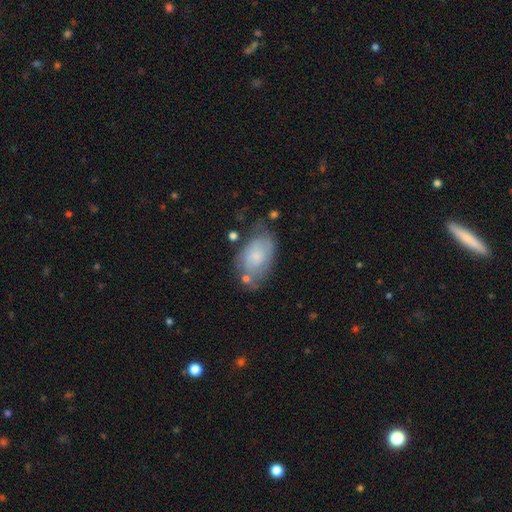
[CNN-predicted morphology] Smooth or featured: smooth — 60% (featured or disk — 32%)
How rounded: in between — 91% (round — 7%)
Merging: none — 55% (minor disturbance — 28%)